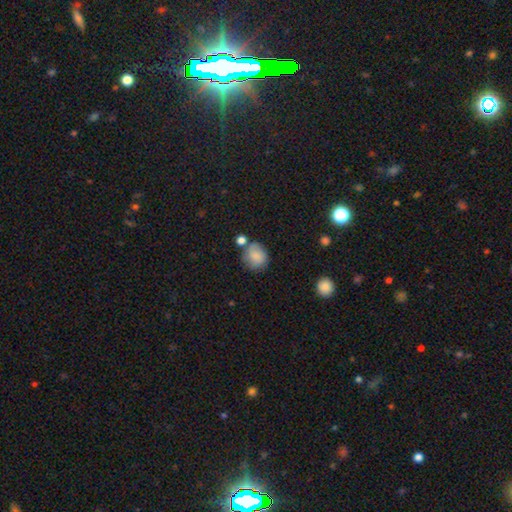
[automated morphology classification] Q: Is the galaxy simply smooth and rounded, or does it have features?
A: smooth — 81%.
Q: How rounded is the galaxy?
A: round — 75%.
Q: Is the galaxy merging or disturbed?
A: none — 60%.